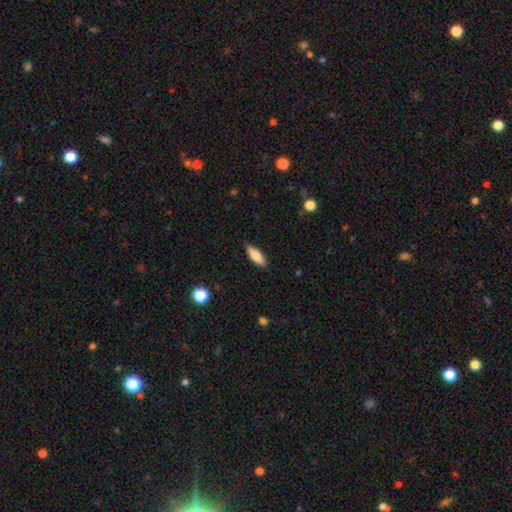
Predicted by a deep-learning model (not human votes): Morphology: type=smooth (80%); roundness=in between (67%); merging=none (83%).